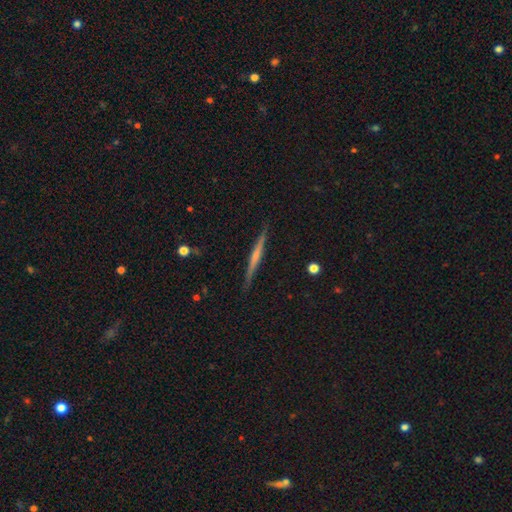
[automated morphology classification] featured or disk 62%, smooth 31%, star or artifact 6%. Down the decision tree: edge-on disk — yes (98%); edge-on bulge — none (57%); merging — none (89%).